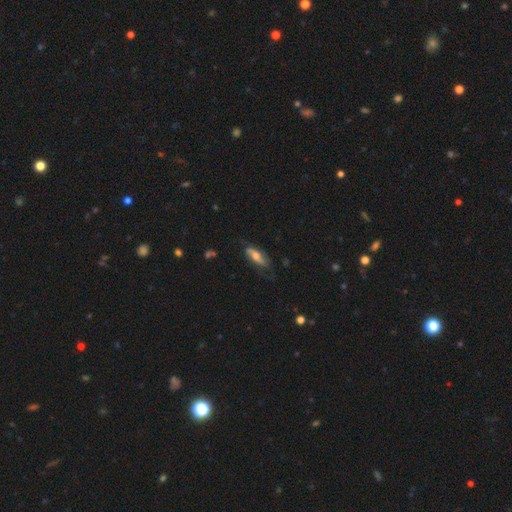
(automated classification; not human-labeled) smooth-or-featured: featured or disk: 54% | smooth: 39% | star or artifact: 8%
  disk-edge-on: no: 73% | yes: 27%
  merging: none: 63% | minor disturbance: 25% | major disturbance: 11% | merger: 2%